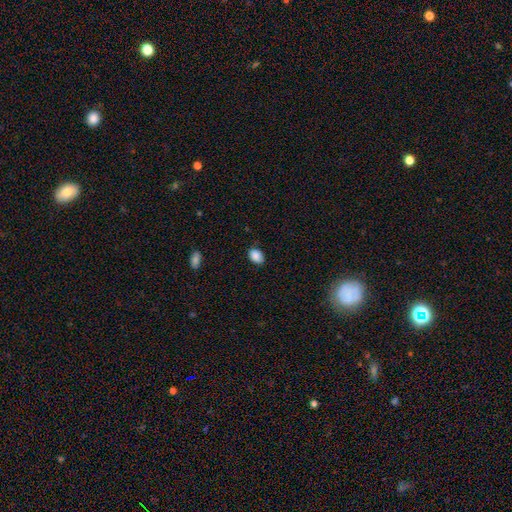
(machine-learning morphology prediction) Smooth or featured? Predicted: smooth (p=0.87). How rounded? Predicted: in between (p=0.74). Merging? Predicted: none (p=0.77).